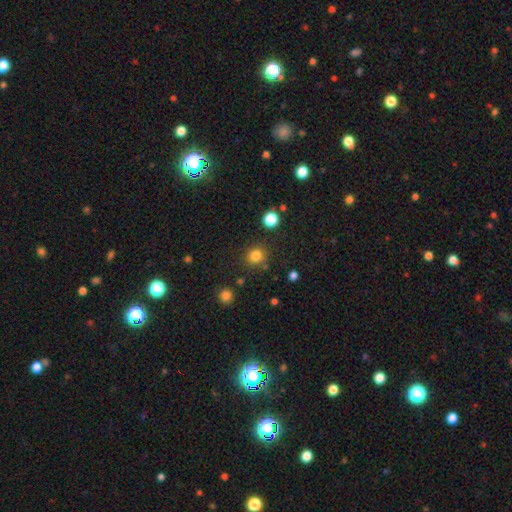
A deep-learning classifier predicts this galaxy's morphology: smooth 82%, star or artifact 14%, featured or disk 5%. Down the decision tree: how rounded — round (87%); merging — none (83%).